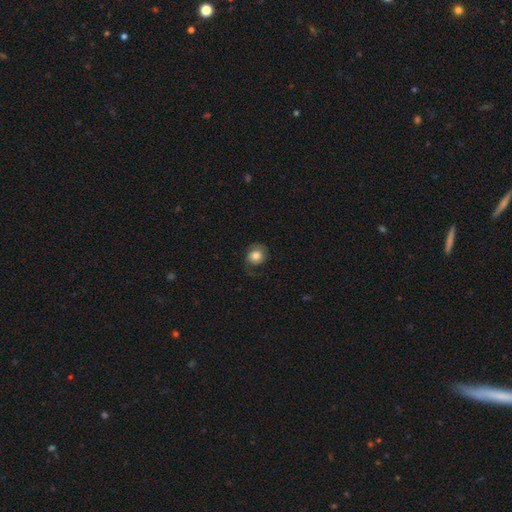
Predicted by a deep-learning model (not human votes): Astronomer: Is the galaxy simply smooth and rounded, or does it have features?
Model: smooth — 65%.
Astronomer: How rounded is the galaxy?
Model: round — 71%.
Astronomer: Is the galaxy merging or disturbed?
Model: none — 59%.